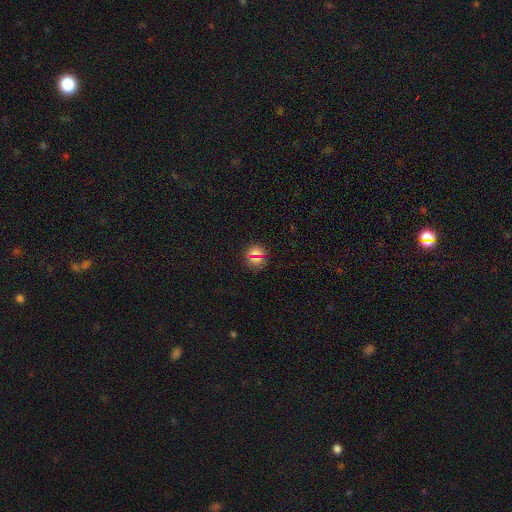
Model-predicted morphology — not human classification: Smooth or featured?
  - smooth: 66% *
  - star or artifact: 26%
  - featured or disk: 8%
How rounded?
  - round: 91% *
  - in between: 7%
  - cigar-shaped: 2%
Merging?
  - none: 88% *
  - minor disturbance: 7%
  - major disturbance: 3%
  - merger: 3%